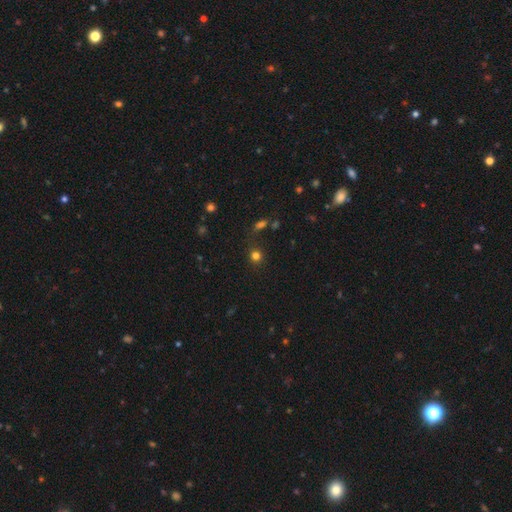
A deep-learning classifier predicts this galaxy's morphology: Q: Smooth or featured?
A: smooth (76%); runner-up: star or artifact (19%)
Q: How rounded?
A: round (89%); runner-up: in between (10%)
Q: Merging?
A: none (80%); runner-up: minor disturbance (11%)